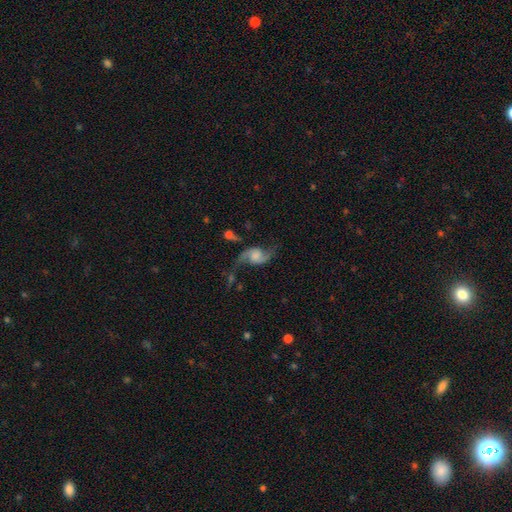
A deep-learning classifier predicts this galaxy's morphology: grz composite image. It shows a featured or disk galaxy (81%) with no bar (60%), 2 (92%) loose (82%) spiral arms (95%) and a moderate central bulge (28%). Merging: none (55%).